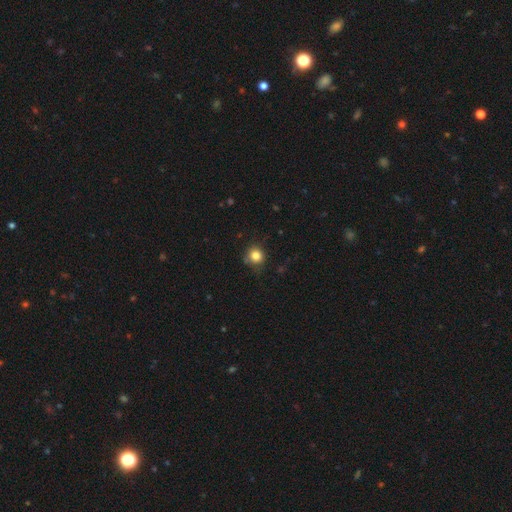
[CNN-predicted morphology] Smooth or featured: smooth — 83% (star or artifact — 12%)
How rounded: round — 88% (in between — 11%)
Merging: none — 79% (minor disturbance — 15%)